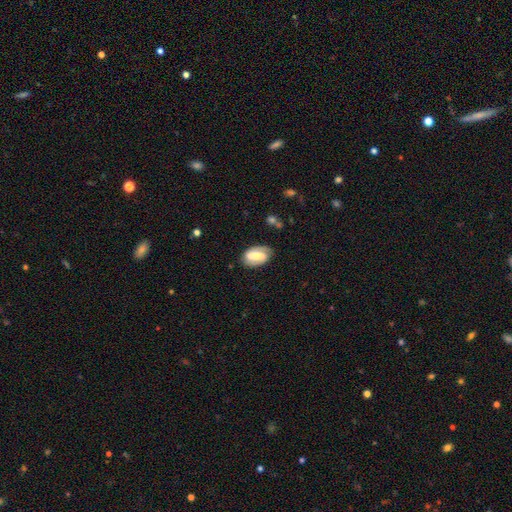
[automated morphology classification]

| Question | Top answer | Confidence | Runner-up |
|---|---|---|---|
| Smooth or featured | featured or disk | 67% | smooth (26%) |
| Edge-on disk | no | 96% | yes (4%) |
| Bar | strong | 47% | weak (36%) |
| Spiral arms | yes | 87% | no (13%) |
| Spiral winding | medium | 40% | tight (38%) |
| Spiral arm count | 2 | 81% | can't tell (8%) |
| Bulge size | moderate | 41% | small (34%) |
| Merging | none | 77% | minor disturbance (16%) |